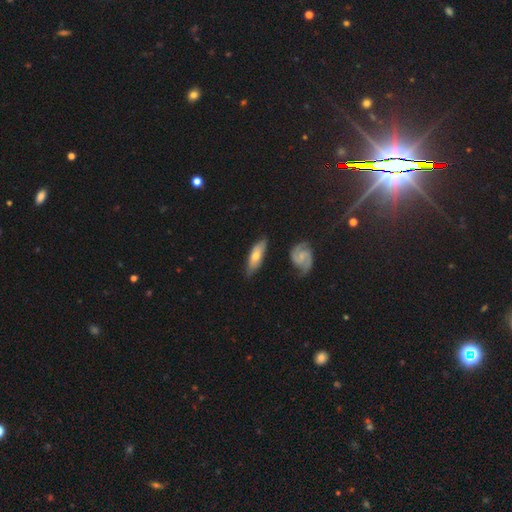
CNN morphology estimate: Smooth or featured? featured or disk (49%)
Merging? none (73%)